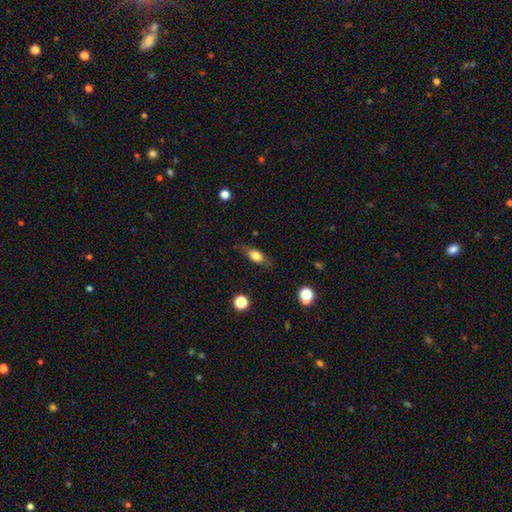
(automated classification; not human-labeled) Smooth or featured?
  - smooth: 66% *
  - featured or disk: 26%
  - star or artifact: 8%
How rounded?
  - in between: 71% *
  - cigar-shaped: 19%
  - round: 10%
Merging?
  - none: 77% *
  - minor disturbance: 17%
  - major disturbance: 5%
  - merger: 2%